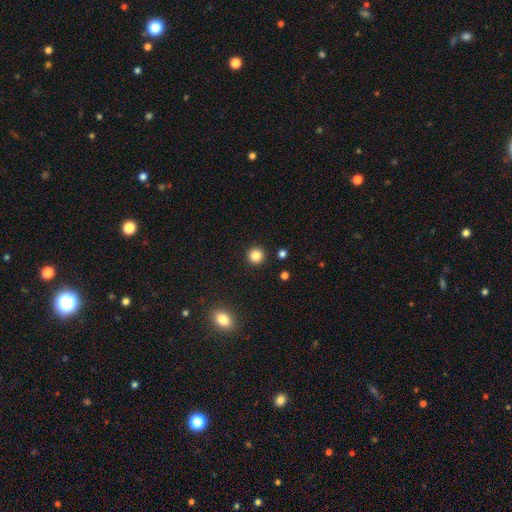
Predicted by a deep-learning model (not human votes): smooth-or-featured: smooth: 84% | star or artifact: 12% | featured or disk: 4%
  how-rounded: round: 95% | in between: 4% | cigar-shaped: 1%
  merging: none: 92% | minor disturbance: 4% | major disturbance: 2% | merger: 2%